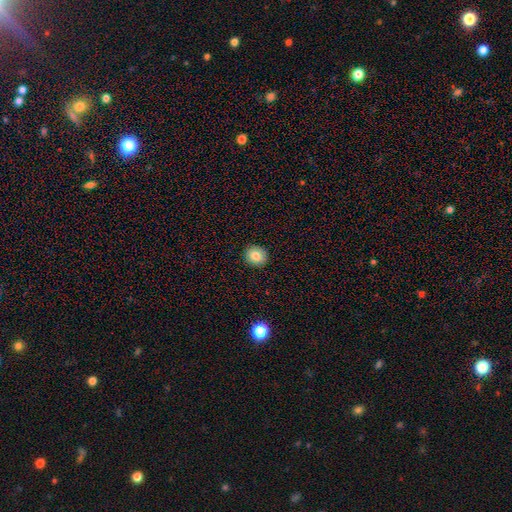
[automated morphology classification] Q: Smooth or featured?
A: smooth (81%); runner-up: star or artifact (10%)
Q: How rounded?
A: round (84%); runner-up: in between (15%)
Q: Merging?
A: none (91%); runner-up: minor disturbance (6%)